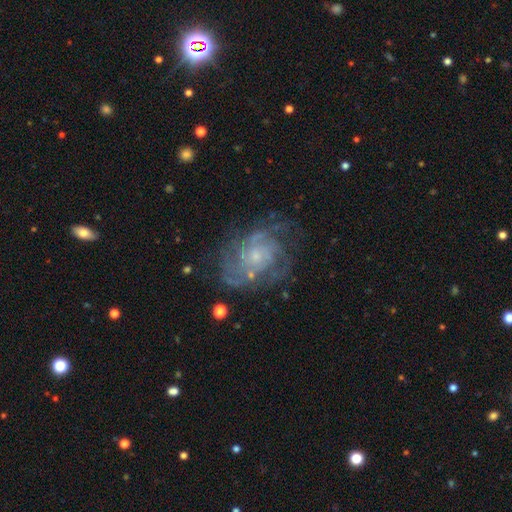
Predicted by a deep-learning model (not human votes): Smooth or featured: featured or disk — 81% (smooth — 11%)
Edge-on disk: no — 97% (yes — 3%)
Bar: no — 76% (weak — 21%)
Spiral arms: yes — 89% (no — 11%)
Spiral winding: tight — 56% (medium — 34%)
Spiral arm count: can't tell — 40% (2 — 20%)
Bulge size: small — 65% (moderate — 24%)
Merging: none — 67% (minor disturbance — 18%)